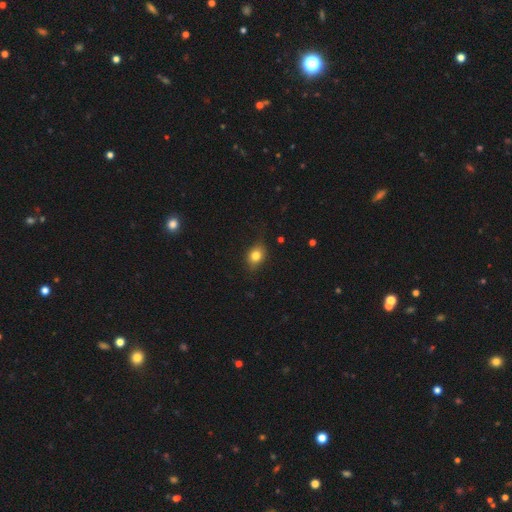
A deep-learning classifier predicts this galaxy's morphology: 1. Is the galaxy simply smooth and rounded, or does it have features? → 79% smooth, 10% featured or disk, 10% star or artifact.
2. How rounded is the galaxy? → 60% in between, 38% round, 2% cigar-shaped.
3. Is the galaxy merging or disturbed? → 77% none, 18% minor disturbance, 4% major disturbance, 1% merger.